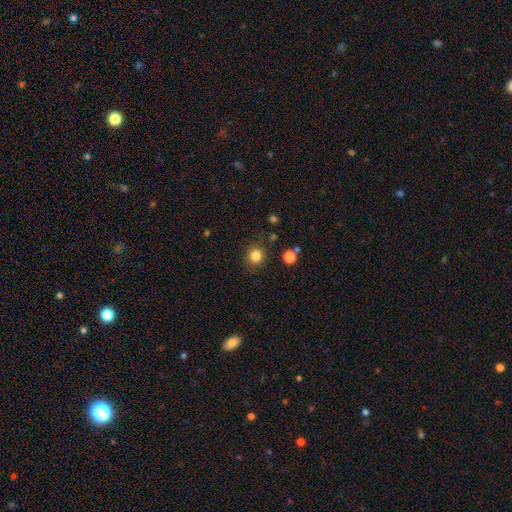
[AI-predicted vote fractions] smooth-or-featured: smooth: 83% | star or artifact: 12% | featured or disk: 4%
  how-rounded: round: 88% | in between: 11% | cigar-shaped: 1%
  merging: none: 85% | minor disturbance: 9% | major disturbance: 3% | merger: 3%